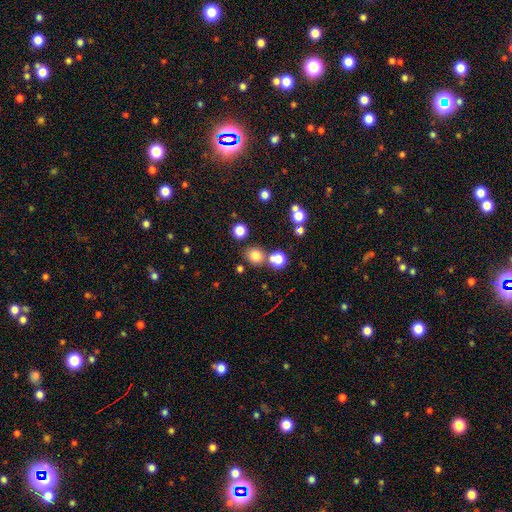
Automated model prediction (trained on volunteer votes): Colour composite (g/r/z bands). It shows a smooth galaxy with no disk features (77%) that is round (82%). Merging: none (73%).